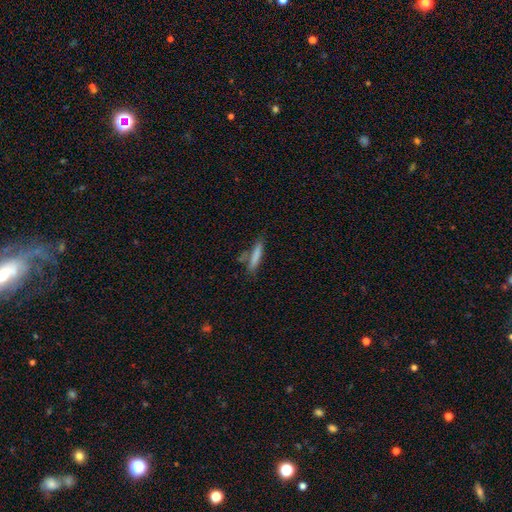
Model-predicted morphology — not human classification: Smooth or featured?
  - smooth: 79% *
  - featured or disk: 14%
  - star or artifact: 7%
How rounded?
  - cigar-shaped: 89% *
  - in between: 10%
  - round: 2%
Merging?
  - none: 73% *
  - minor disturbance: 15%
  - merger: 8%
  - major disturbance: 4%